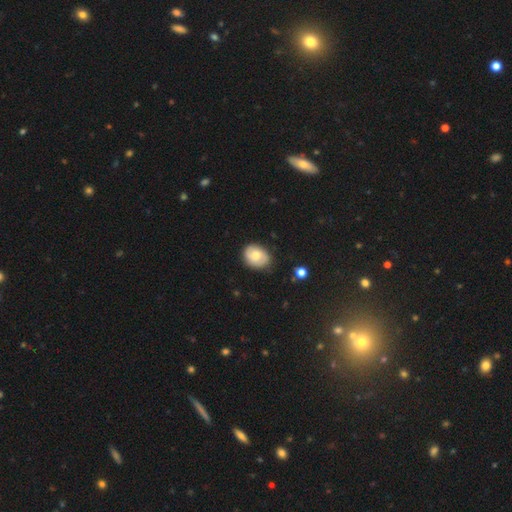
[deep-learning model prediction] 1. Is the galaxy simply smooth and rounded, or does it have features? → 65% smooth, 27% featured or disk, 7% star or artifact.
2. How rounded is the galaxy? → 61% in between, 38% round, 1% cigar-shaped.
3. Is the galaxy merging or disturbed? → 80% none, 15% minor disturbance, 3% major disturbance, 1% merger.